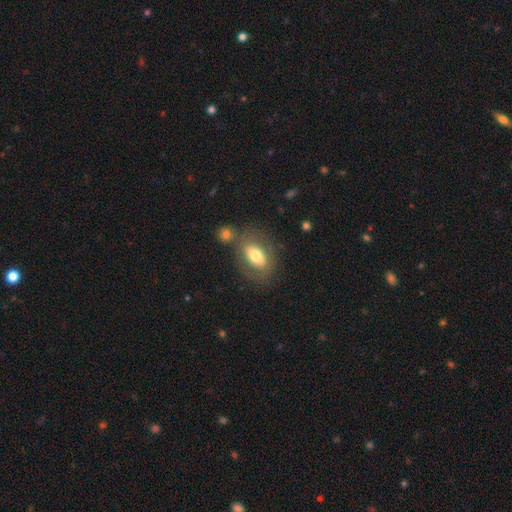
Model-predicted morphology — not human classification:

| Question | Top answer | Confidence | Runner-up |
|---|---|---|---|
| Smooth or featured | smooth | 60% | featured or disk (33%) |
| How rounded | in between | 83% | round (15%) |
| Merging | none | 61% | merger (16%) |